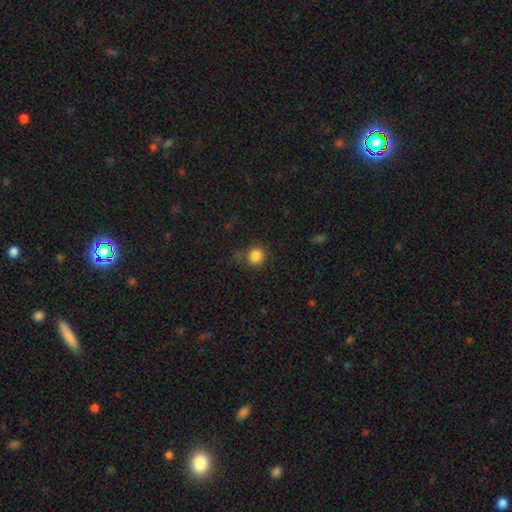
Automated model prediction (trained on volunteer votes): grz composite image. It shows a smooth galaxy with no disk features (85%) that is round (88%). Merging: none (76%).